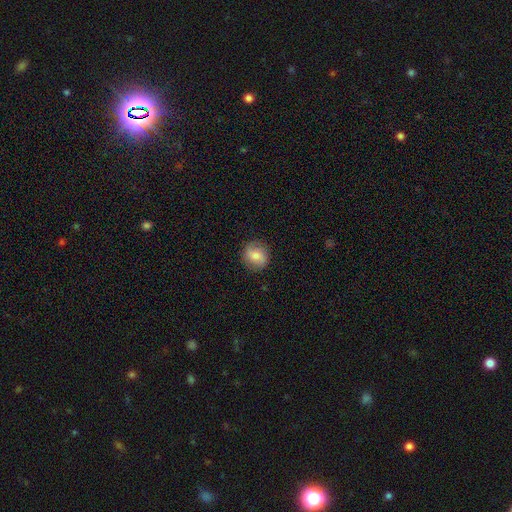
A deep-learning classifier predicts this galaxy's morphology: Smooth or featured? smooth (69%)
How rounded? round (86%)
Merging? none (85%)